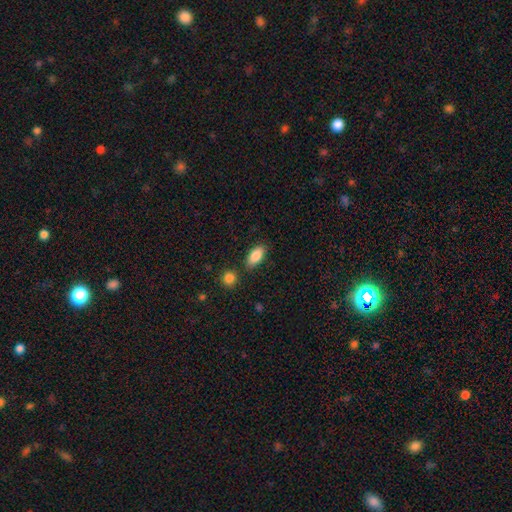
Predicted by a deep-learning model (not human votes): smooth 86%, featured or disk 7%, star or artifact 7%. Down the decision tree: how rounded — in between (89%); merging — none (80%).